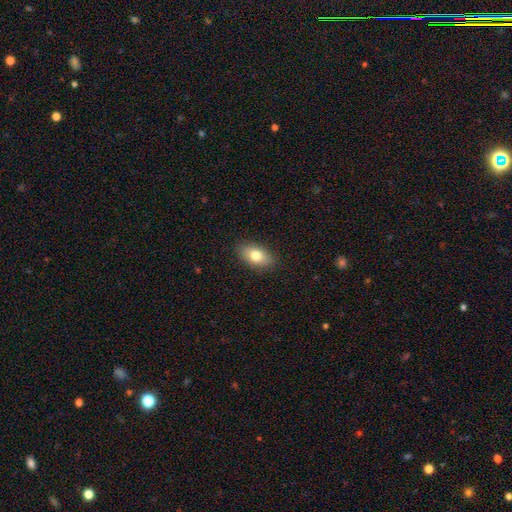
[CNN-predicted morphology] A smooth galaxy with no disk features (77%) that is in between round and cigar-shaped (89%).

Vote fractions:
- Smooth or featured? smooth: 77% / featured or disk: 15% / star or artifact: 8%
- How rounded? in between: 89% / round: 7% / cigar-shaped: 4%
- Merging? none: 88% / minor disturbance: 9% / major disturbance: 2% / merger: 1%